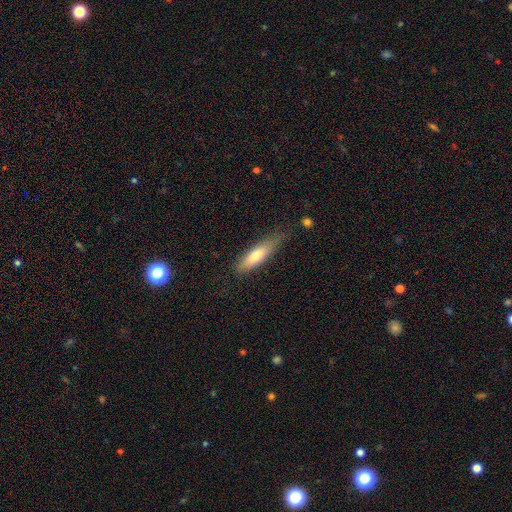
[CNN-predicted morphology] smooth 68%, featured or disk 25%, star or artifact 7%. Down the decision tree: how rounded — cigar-shaped (68%); merging — none (69%).